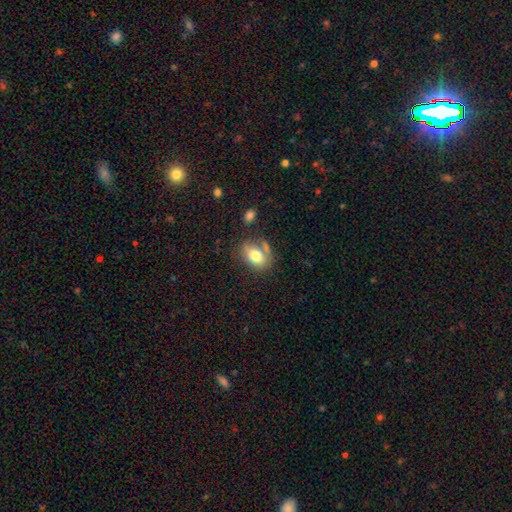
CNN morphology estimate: smooth 76%, featured or disk 16%, star or artifact 8%. Down the decision tree: how rounded — in between (79%); merging — none (56%).